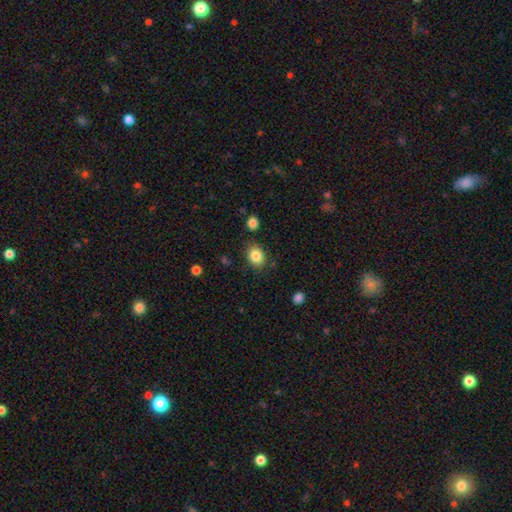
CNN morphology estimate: This is clearly a smooth galaxy (85%). How rounded: possibly round (51%). Merging: clearly none (81%).